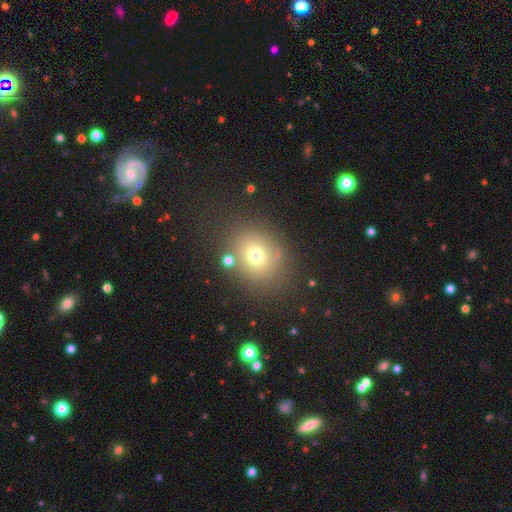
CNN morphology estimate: This is likely a smooth galaxy (69%). How rounded: likely round (64%). Merging: likely none (77%).